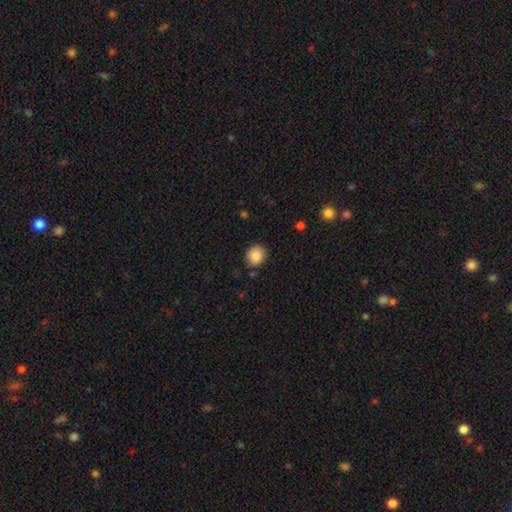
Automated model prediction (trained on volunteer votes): smooth-or-featured: smooth: 88% | star or artifact: 9% | featured or disk: 3%
  how-rounded: round: 80% | in between: 19% | cigar-shaped: 1%
  merging: none: 87% | minor disturbance: 9% | major disturbance: 2% | merger: 1%